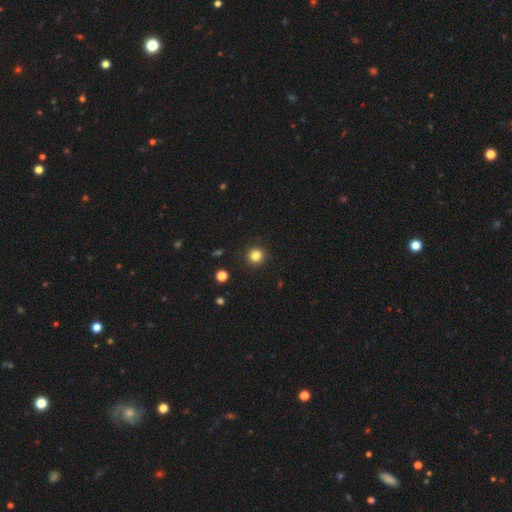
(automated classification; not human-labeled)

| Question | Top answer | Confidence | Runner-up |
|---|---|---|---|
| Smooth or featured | smooth | 83% | star or artifact (12%) |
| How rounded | round | 94% | in between (5%) |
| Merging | none | 92% | minor disturbance (5%) |